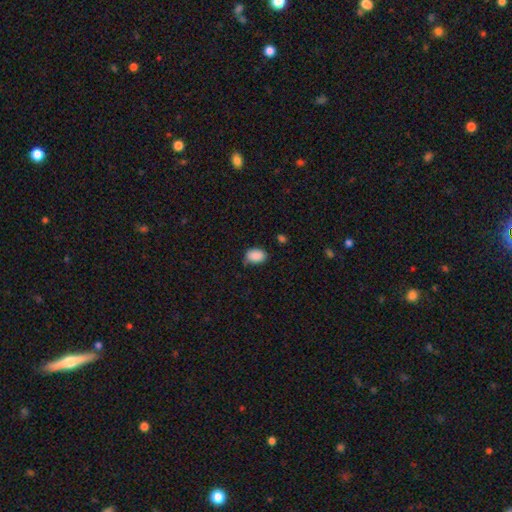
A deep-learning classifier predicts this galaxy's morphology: Smooth or featured: smooth — 89% (star or artifact — 8%)
How rounded: in between — 81% (round — 18%)
Merging: none — 73% (minor disturbance — 21%)